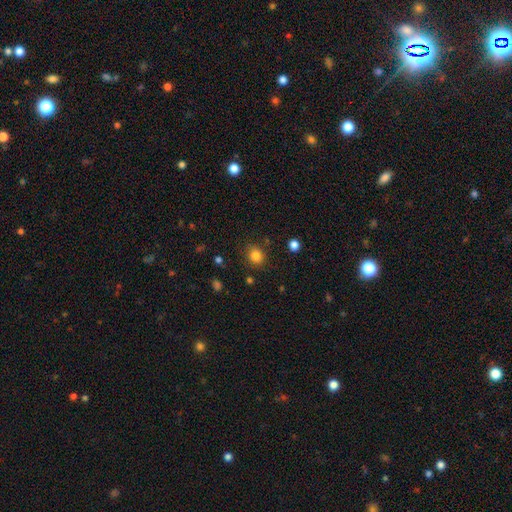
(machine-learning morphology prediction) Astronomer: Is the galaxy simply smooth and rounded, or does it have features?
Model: smooth — 83%.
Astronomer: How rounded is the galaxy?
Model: round — 78%.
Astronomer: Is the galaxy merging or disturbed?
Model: none — 84%.